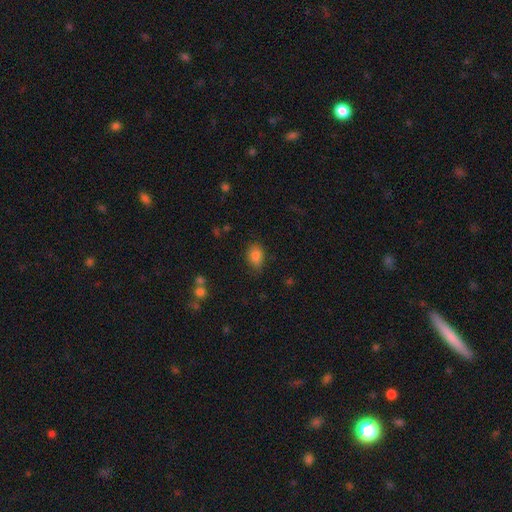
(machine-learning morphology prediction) Smooth or featured? Predicted: smooth (p=0.84). How rounded? Predicted: in between (p=0.74). Merging? Predicted: none (p=0.75).